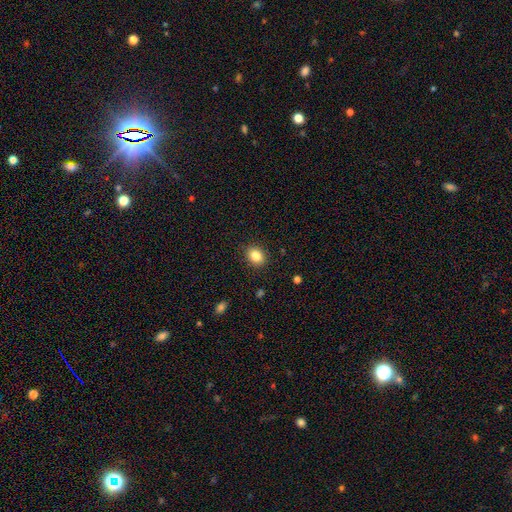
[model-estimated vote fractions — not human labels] Smooth or featured: smooth — 85% (star or artifact — 9%)
How rounded: in between — 57% (round — 42%)
Merging: none — 88% (minor disturbance — 8%)